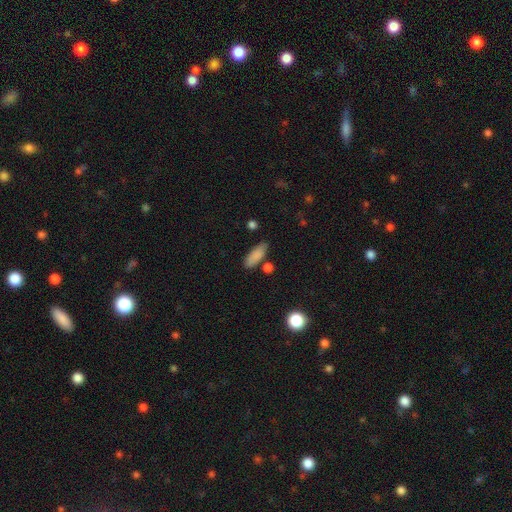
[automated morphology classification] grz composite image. It shows a smooth galaxy with no disk features (85%) that is in between round and cigar-shaped (72%). Merging: none (76%).